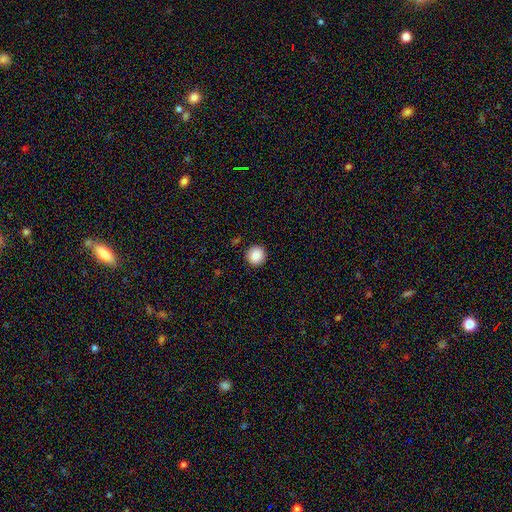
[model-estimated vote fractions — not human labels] smooth-or-featured: smooth: 88% | star or artifact: 9% | featured or disk: 3%
  how-rounded: round: 94% | in between: 5% | cigar-shaped: 1%
  merging: none: 92% | minor disturbance: 5% | major disturbance: 2% | merger: 1%